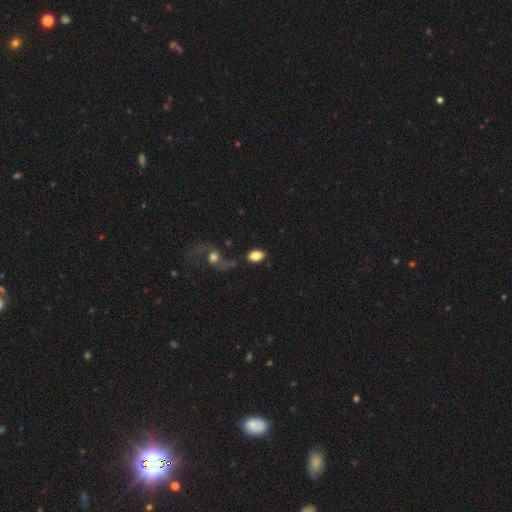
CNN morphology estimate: smooth_or_featured: smooth (p=0.83) [alt: featured or disk p=0.10]
how_rounded: in between (p=0.88) [alt: round p=0.10]
merging: none (p=0.72) [alt: minor disturbance p=0.13]